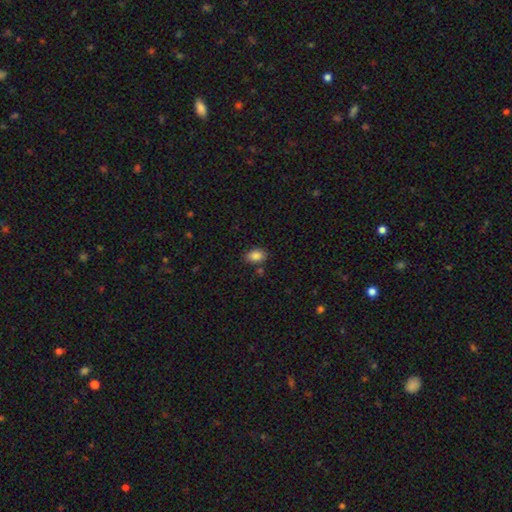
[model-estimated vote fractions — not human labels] Morphology: type=smooth (86%); roundness=in between (84%); merging=none (78%).